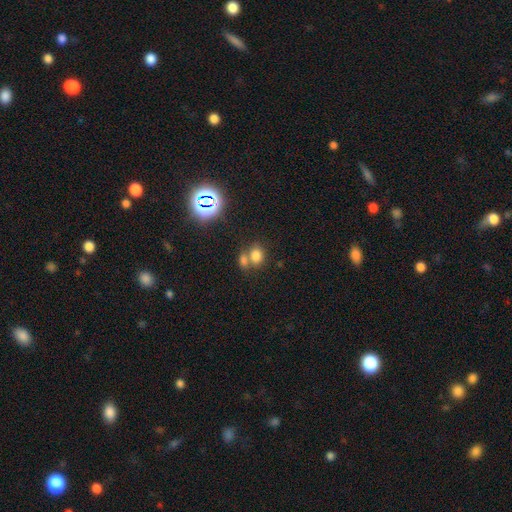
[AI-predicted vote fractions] The model was most divided on "merging": merger: 46%, none: 40%, minor disturbance: 9%, major disturbance: 4%. More confident: smooth or featured — smooth (74%); how rounded — in between (63%).